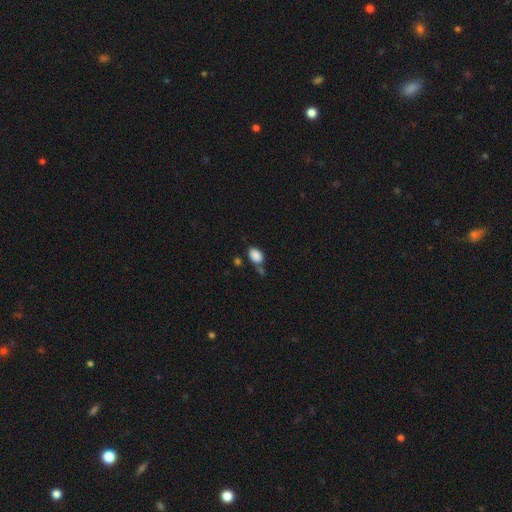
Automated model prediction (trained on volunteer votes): This appears to be a smooth galaxy with no disk features (87%) that is in between round and cigar-shaped (86%). Merging: none (55%).